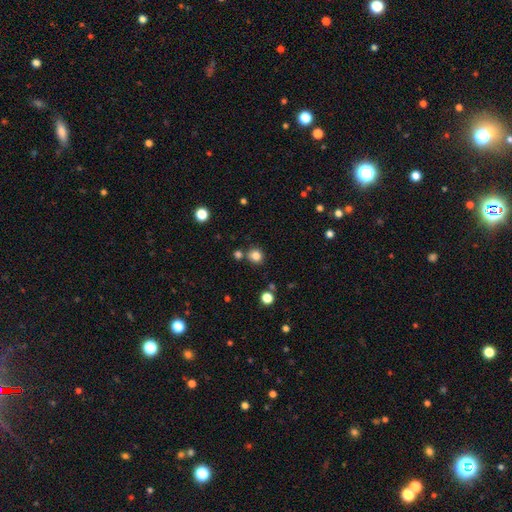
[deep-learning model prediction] Smooth or featured? Predicted: smooth (p=0.82). How rounded? Predicted: round (p=0.87). Merging? Predicted: none (p=0.78).